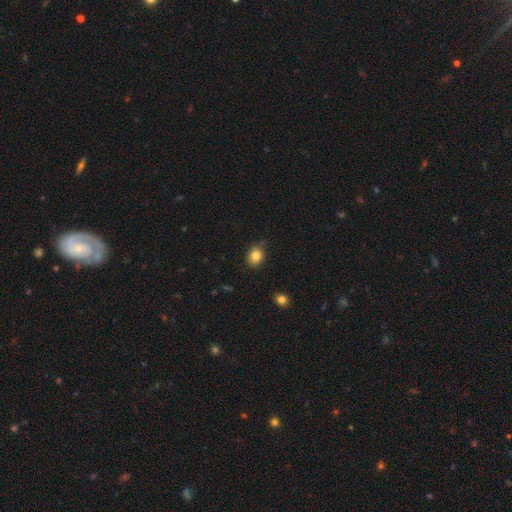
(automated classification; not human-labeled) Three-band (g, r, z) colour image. It shows a smooth galaxy with no disk features (83%) that is round (54%). Merging: none (75%).